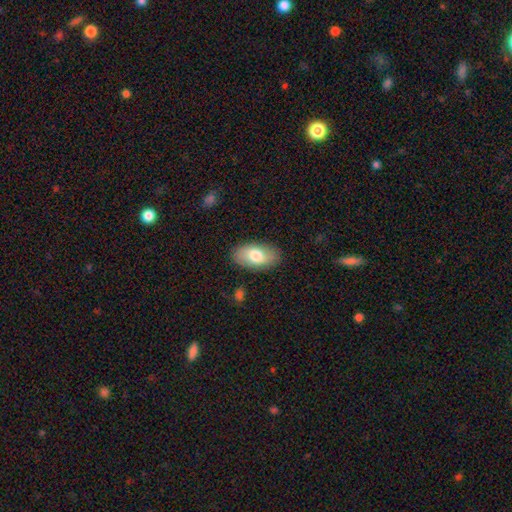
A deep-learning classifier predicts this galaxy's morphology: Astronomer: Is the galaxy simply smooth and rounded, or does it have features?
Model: smooth — 73%.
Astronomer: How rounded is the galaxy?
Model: in between — 94%.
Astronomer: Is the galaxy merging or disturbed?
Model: none — 86%.